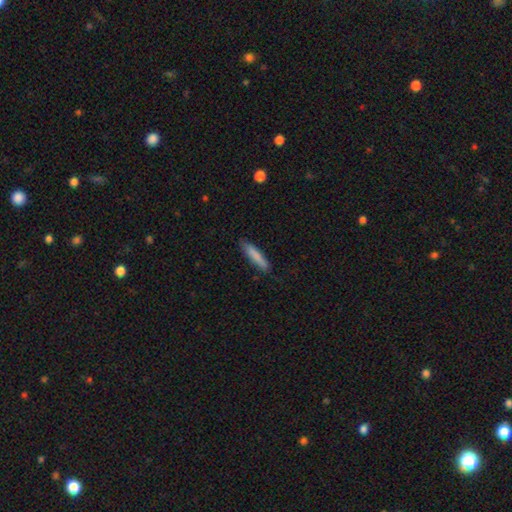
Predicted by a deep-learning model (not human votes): Smooth or featured: smooth — 83% (featured or disk — 12%)
How rounded: cigar-shaped — 87% (in between — 12%)
Merging: none — 84% (minor disturbance — 13%)